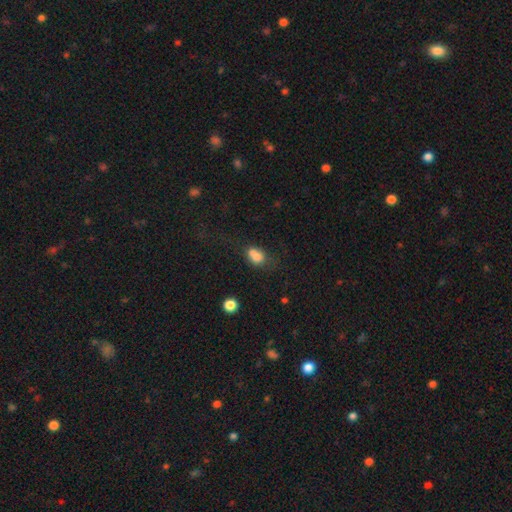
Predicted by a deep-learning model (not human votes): Smooth or featured? Predicted: smooth (p=0.72). How rounded? Predicted: in between (p=0.54). Merging? Predicted: merger (p=0.49).